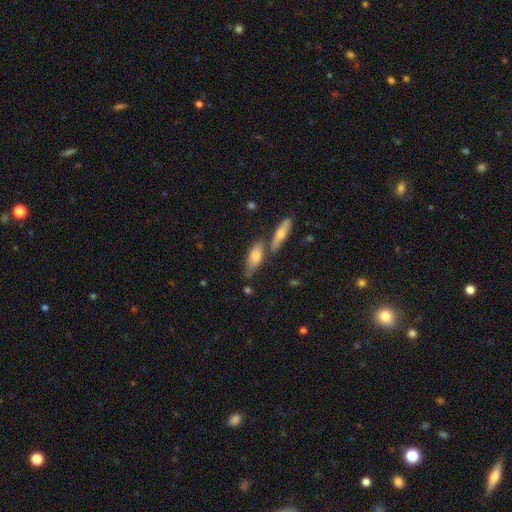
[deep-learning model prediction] A smooth galaxy with no disk features (62%) that is in between round and cigar-shaped (57%).

Vote fractions:
- Smooth or featured? smooth: 62% / featured or disk: 30% / star or artifact: 7%
- How rounded? in between: 57% / cigar-shaped: 40% / round: 3%
- Merging? none: 54% / merger: 27% / minor disturbance: 14% / major disturbance: 4%